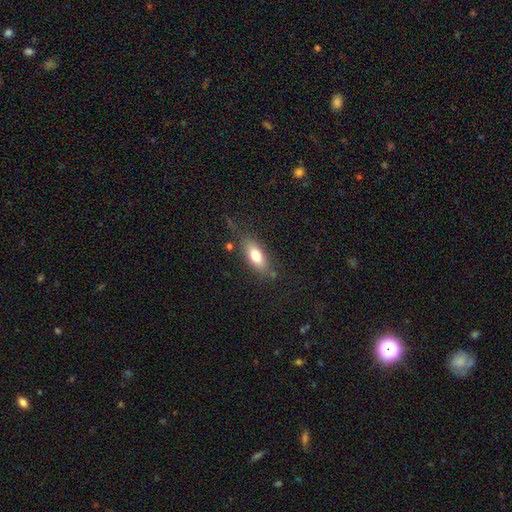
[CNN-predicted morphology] The model was most divided on "merging": none: 72%, minor disturbance: 18%, major disturbance: 6%, merger: 4%. More confident: how rounded — in between (80%); smooth or featured — smooth (73%).